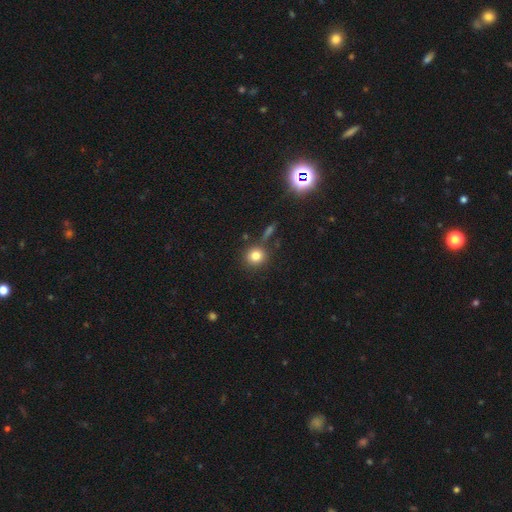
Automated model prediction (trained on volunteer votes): A smooth galaxy with no disk features (80%) that is round (87%). Merging: none (78%).